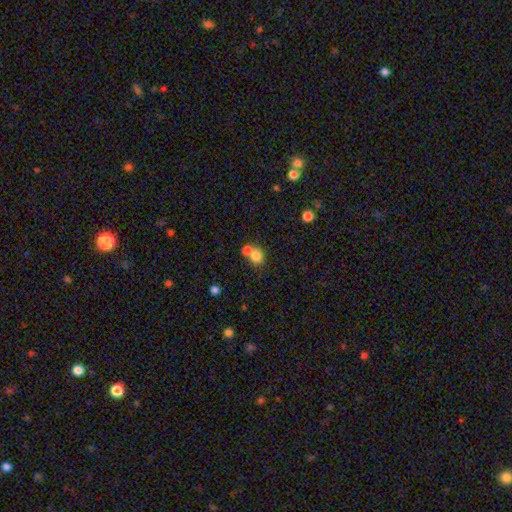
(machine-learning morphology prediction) This is likely a smooth galaxy (79%). How rounded: likely round (76%). Merging: possibly merger (52%).